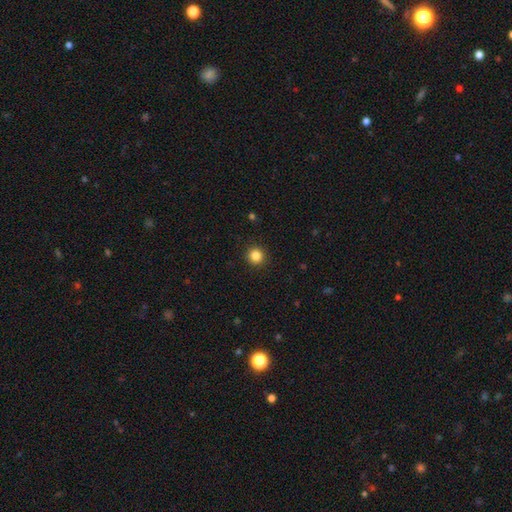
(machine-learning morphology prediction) type=smooth (85%); roundness=round (94%); merging=none (92%).